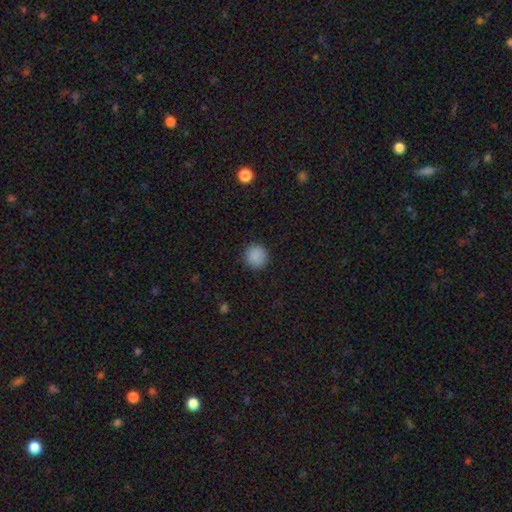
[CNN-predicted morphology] Smooth or featured?
  - smooth: 88% *
  - star or artifact: 10%
  - featured or disk: 3%
How rounded?
  - round: 92% *
  - in between: 7%
  - cigar-shaped: 1%
Merging?
  - none: 90% *
  - minor disturbance: 7%
  - major disturbance: 2%
  - merger: 1%